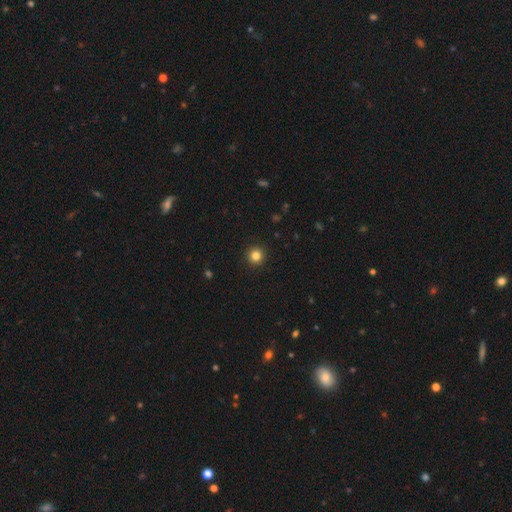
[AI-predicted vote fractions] The model was most divided on "smooth or featured": smooth: 84%, star or artifact: 12%, featured or disk: 5%. More confident: how rounded — round (95%); merging — none (93%).